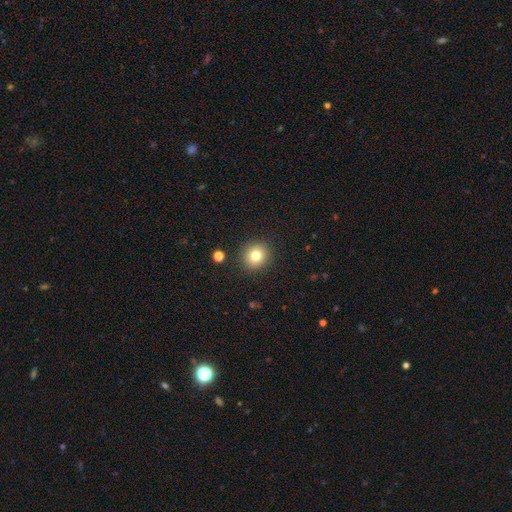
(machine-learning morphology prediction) A smooth galaxy with no disk features (78%) that is round (88%).

Vote fractions:
- Smooth or featured? smooth: 78% / star or artifact: 12% / featured or disk: 10%
- How rounded? round: 88% / in between: 11% / cigar-shaped: 1%
- Merging? none: 90% / minor disturbance: 6% / major disturbance: 2% / merger: 2%